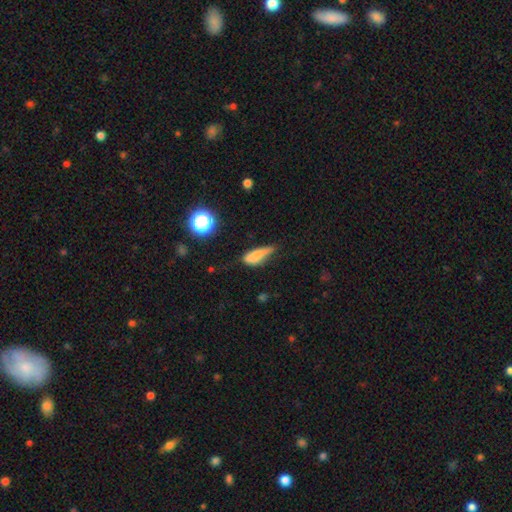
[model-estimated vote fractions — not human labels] The model was most divided on "merging": minor disturbance: 44%, none: 32%, major disturbance: 20%, merger: 5%. More confident: smooth or featured — smooth (71%); how rounded — in between (56%).